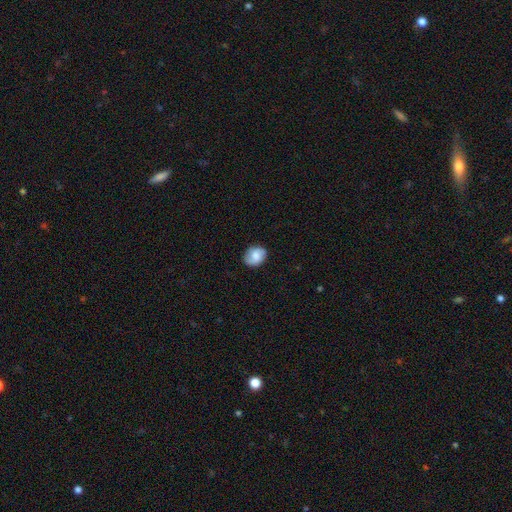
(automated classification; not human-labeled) The model was most divided on "how rounded": in between: 53%, round: 46%, cigar-shaped: 1%. More confident: merging — none (82%); smooth or featured — smooth (65%).